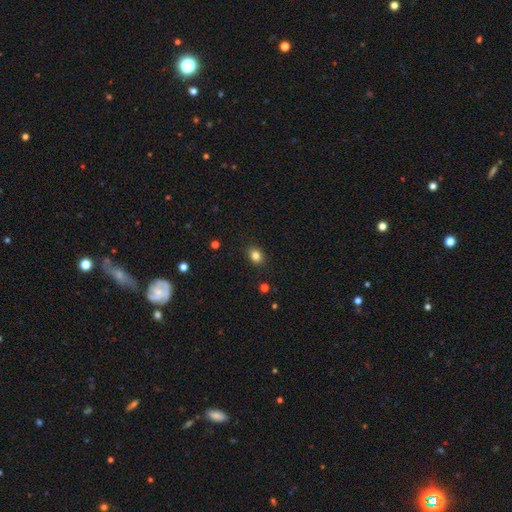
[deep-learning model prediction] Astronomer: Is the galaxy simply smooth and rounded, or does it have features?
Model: smooth — 83%.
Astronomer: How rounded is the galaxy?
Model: in between — 56% (runner-up: round, 43%).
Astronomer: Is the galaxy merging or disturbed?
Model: none — 88%.